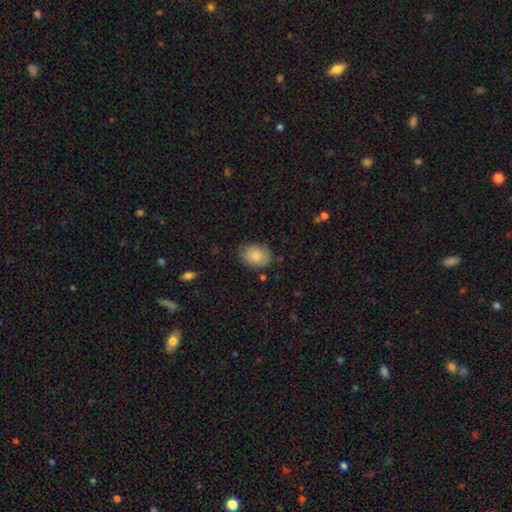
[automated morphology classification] Smooth or featured? Predicted: smooth (p=0.86). How rounded? Predicted: in between (p=0.65). Merging? Predicted: none (p=0.79).